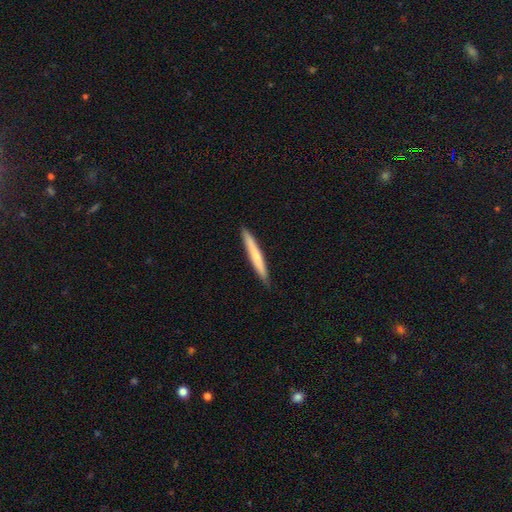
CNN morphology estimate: Smooth or featured? Predicted: smooth (p=0.64). How rounded? Predicted: cigar-shaped (p=0.96). Merging? Predicted: none (p=0.90).